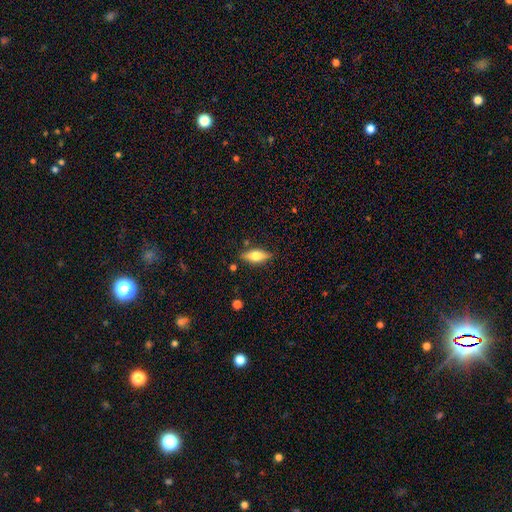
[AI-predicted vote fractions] smooth 61%, featured or disk 32%, star or artifact 7%. Down the decision tree: how rounded — in between (71%); merging — none (82%).